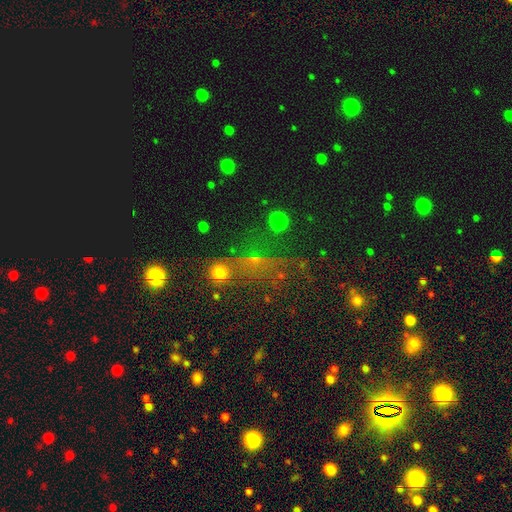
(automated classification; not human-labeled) The model was most divided on "smooth or featured": star or artifact: 47%, smooth: 38%, featured or disk: 15%.